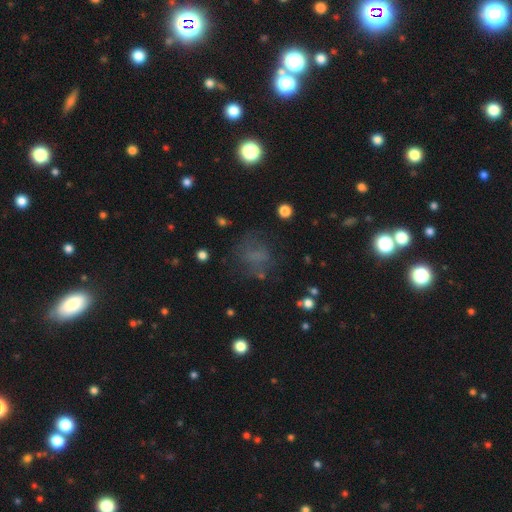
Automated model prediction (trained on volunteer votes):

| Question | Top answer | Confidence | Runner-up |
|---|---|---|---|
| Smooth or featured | smooth | 51% | star or artifact (27%) |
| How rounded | round | 61% | in between (37%) |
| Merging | none | 61% | minor disturbance (18%) |